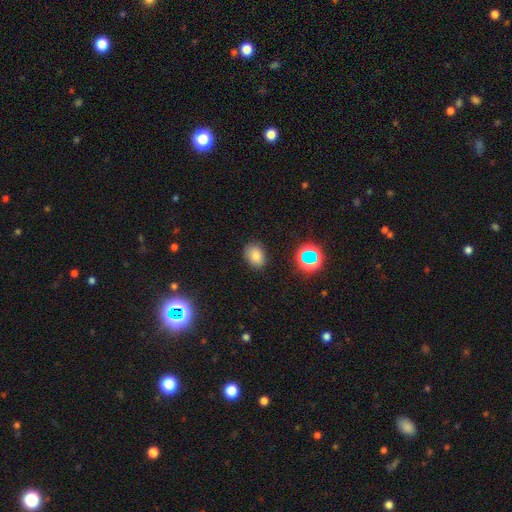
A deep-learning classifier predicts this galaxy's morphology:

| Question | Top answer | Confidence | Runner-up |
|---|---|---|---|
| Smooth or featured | smooth | 78% | star or artifact (15%) |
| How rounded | in between | 65% | round (34%) |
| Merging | none | 84% | minor disturbance (11%) |